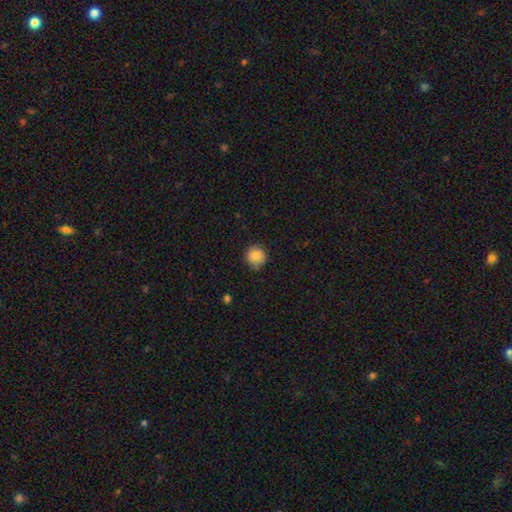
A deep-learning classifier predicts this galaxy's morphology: Smooth or featured? smooth (87%)
How rounded? round (94%)
Merging? none (84%)